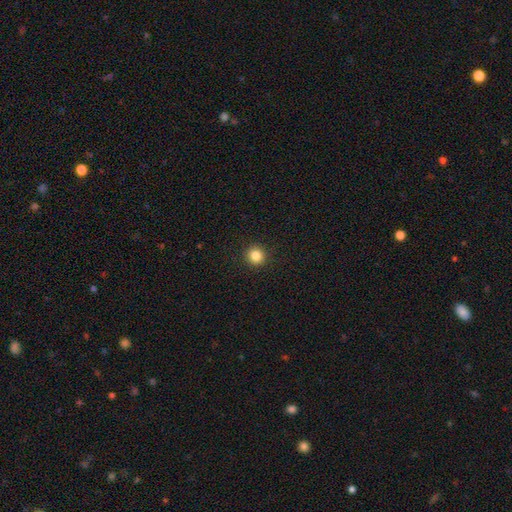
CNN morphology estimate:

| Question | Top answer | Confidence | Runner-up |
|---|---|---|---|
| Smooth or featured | smooth | 84% | star or artifact (11%) |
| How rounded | round | 94% | in between (5%) |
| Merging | none | 93% | minor disturbance (4%) |